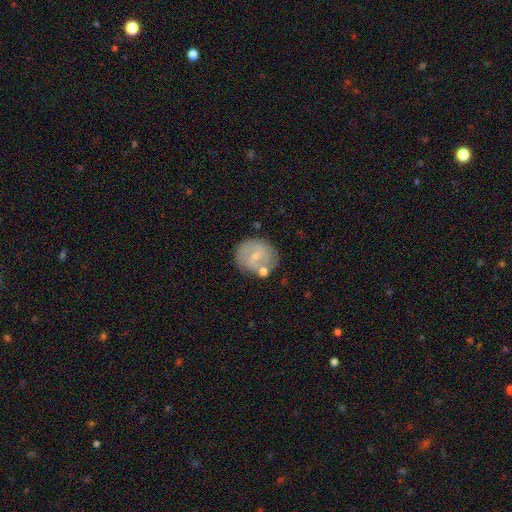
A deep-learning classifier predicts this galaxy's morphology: The model was most divided on "smooth or featured": featured or disk: 47%, smooth: 45%, star or artifact: 8%. More confident: merging — none (67%).